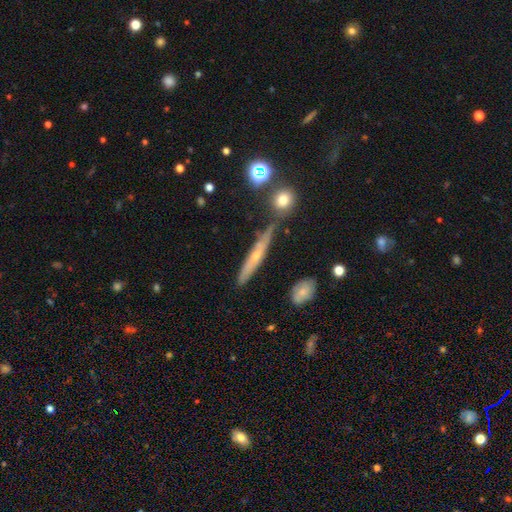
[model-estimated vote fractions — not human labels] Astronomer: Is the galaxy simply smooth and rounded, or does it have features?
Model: featured or disk — 55% (runner-up: smooth, 36%).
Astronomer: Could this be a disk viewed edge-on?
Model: yes — 86%.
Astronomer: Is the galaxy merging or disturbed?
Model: none — 75%.